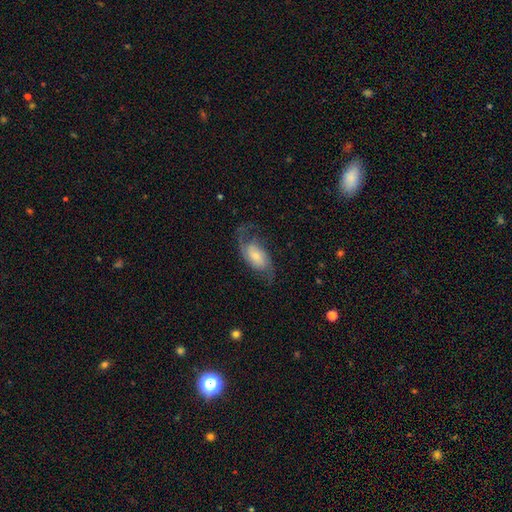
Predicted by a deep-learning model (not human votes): Morphology: type=featured or disk (73%); edge-on=no (95%); bar=no (57%); spiral arms=yes (93%); winding=loose (45%); arm count=2 (87%); bulge=small (46%); merging=none (63%).